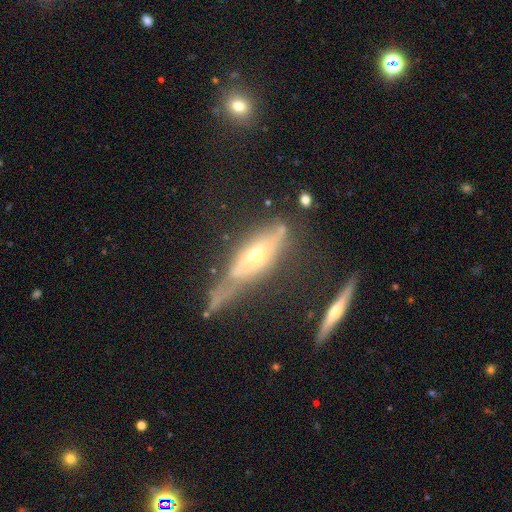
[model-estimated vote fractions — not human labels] Overall: featured or disk (63%; smooth 26%). Edge-on disk: yes (59%; no 41%). Merging: none (38%; minor disturbance 29%).